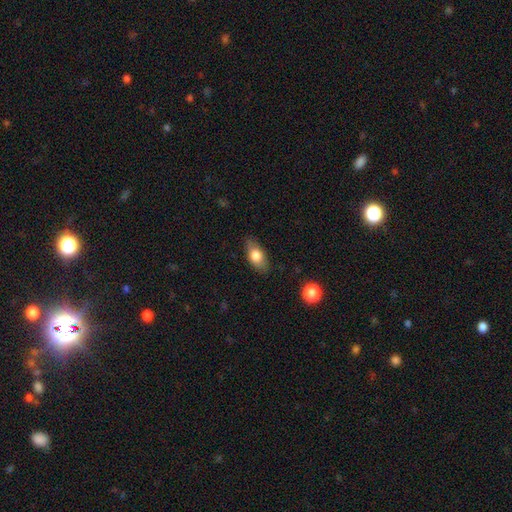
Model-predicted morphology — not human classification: The model was most divided on "smooth or featured": smooth: 75%, featured or disk: 18%, star or artifact: 7%. More confident: how rounded — in between (85%); merging — none (82%).